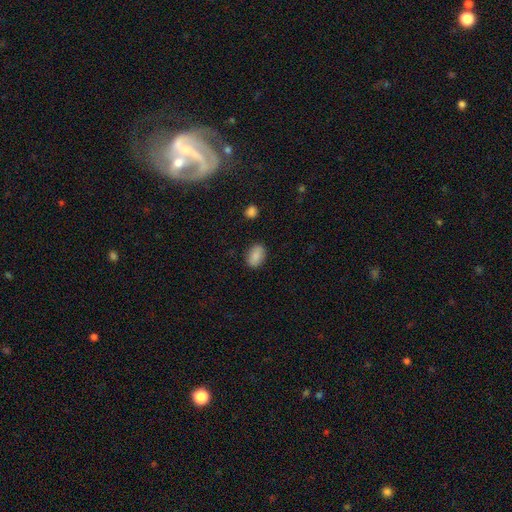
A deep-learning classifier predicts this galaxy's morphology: A smooth galaxy with no disk features (85%) that is in between round and cigar-shaped (86%).

Vote fractions:
- Smooth or featured? smooth: 85% / featured or disk: 8% / star or artifact: 8%
- How rounded? in between: 86% / round: 12% / cigar-shaped: 1%
- Merging? none: 86% / minor disturbance: 10% / major disturbance: 2% / merger: 1%